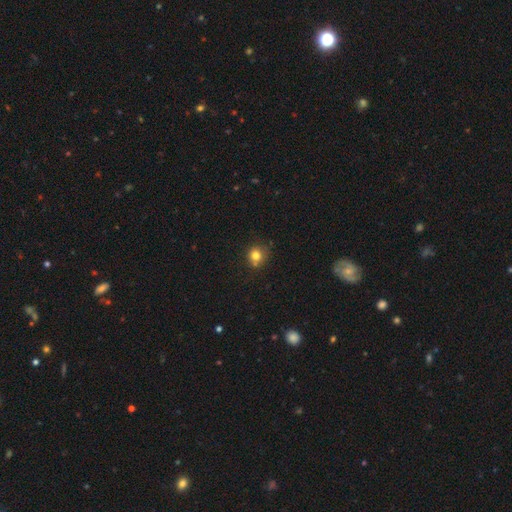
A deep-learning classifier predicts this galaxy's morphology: Overall: smooth (78%). How rounded: round (85%). Merging: none (69%).